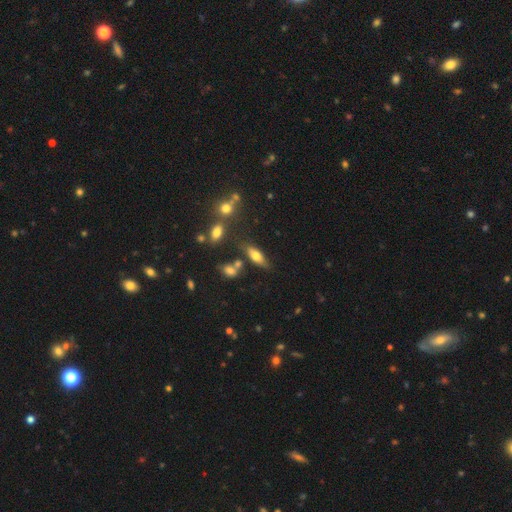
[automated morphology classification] Q: Smooth or featured?
A: smooth (66%); runner-up: featured or disk (24%)
Q: How rounded?
A: in between (68%); runner-up: cigar-shaped (29%)
Q: Merging?
A: none (64%); runner-up: minor disturbance (16%)